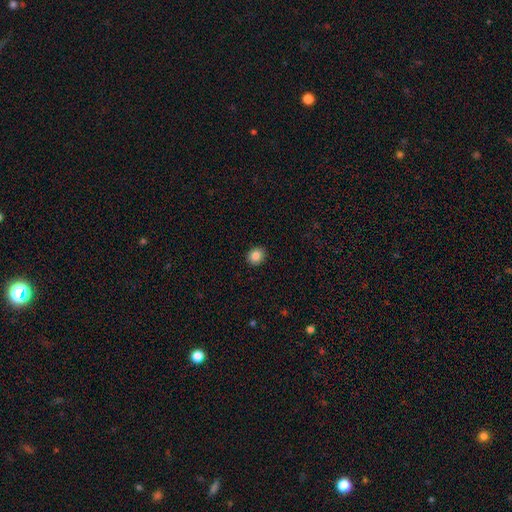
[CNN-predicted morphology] Smooth or featured?
  - smooth: 86% *
  - star or artifact: 9%
  - featured or disk: 5%
How rounded?
  - round: 69% *
  - in between: 30%
  - cigar-shaped: 1%
Merging?
  - none: 91% *
  - minor disturbance: 6%
  - major disturbance: 2%
  - merger: 1%